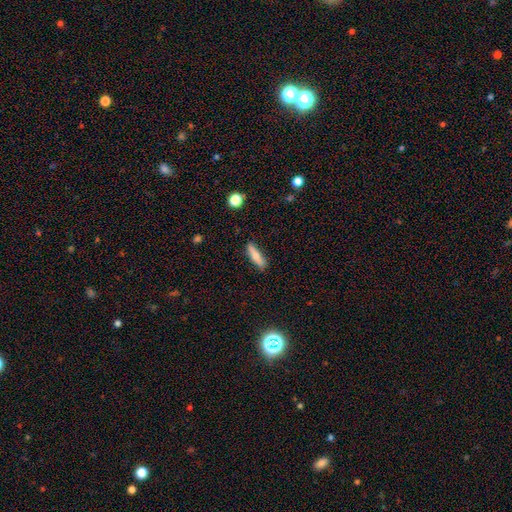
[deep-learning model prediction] smooth-or-featured: smooth: 67% | featured or disk: 26% | star or artifact: 7%
  how-rounded: cigar-shaped: 71% | in between: 27% | round: 2%
  merging: none: 82% | minor disturbance: 14% | major disturbance: 3% | merger: 2%